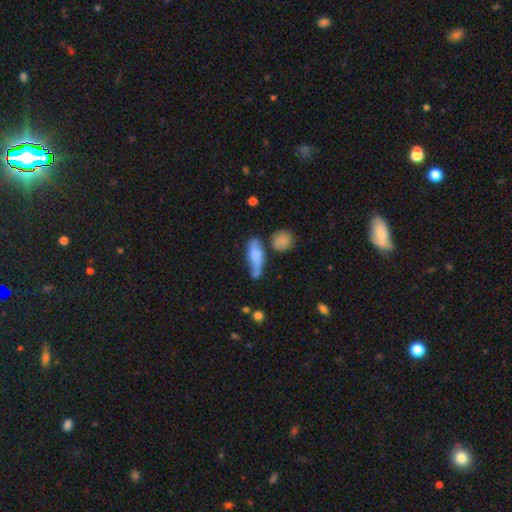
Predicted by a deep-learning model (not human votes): Overall: smooth (70%). How rounded: in between (55%; cigar-shaped 40%). Merging: none (41%; minor disturbance 28%).